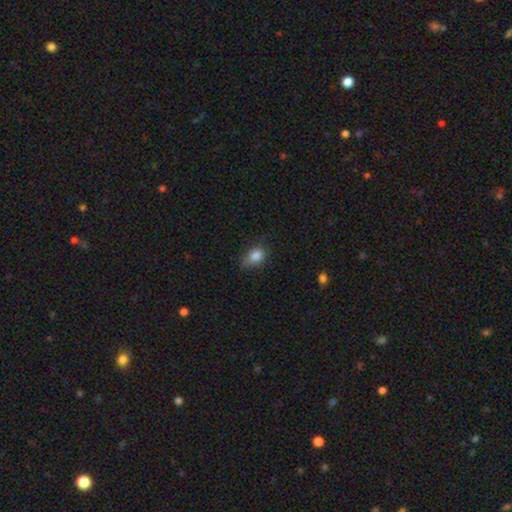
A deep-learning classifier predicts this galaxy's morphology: Overall: smooth (83%). How rounded: in between (63%; round 35%). Merging: none (55%; minor disturbance 34%).